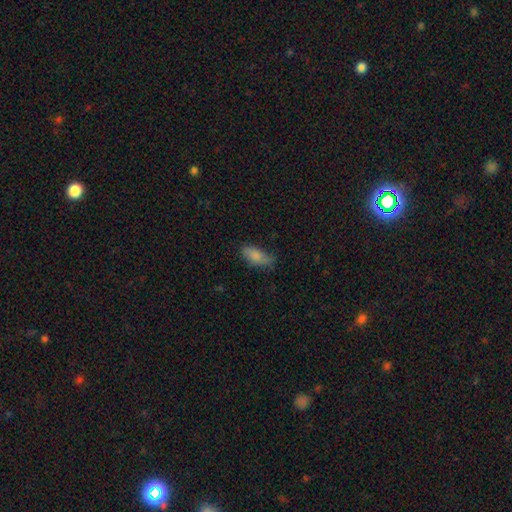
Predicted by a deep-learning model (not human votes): Morphology: type=smooth (81%); roundness=in between (86%); merging=none (52%).